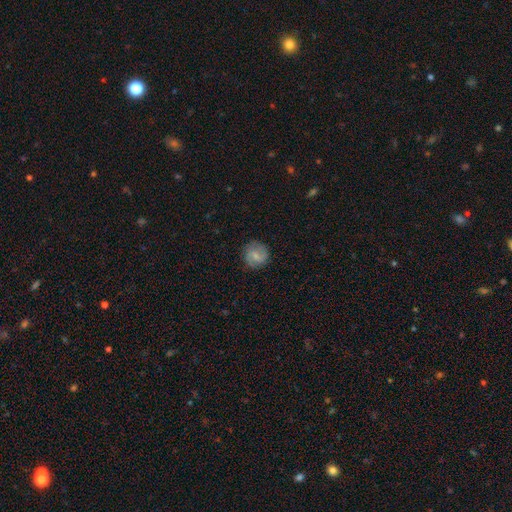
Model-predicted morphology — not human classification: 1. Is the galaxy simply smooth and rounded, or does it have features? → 49% featured or disk, 44% smooth, 7% star or artifact.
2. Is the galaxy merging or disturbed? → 83% none, 12% minor disturbance, 3% major disturbance, 1% merger.